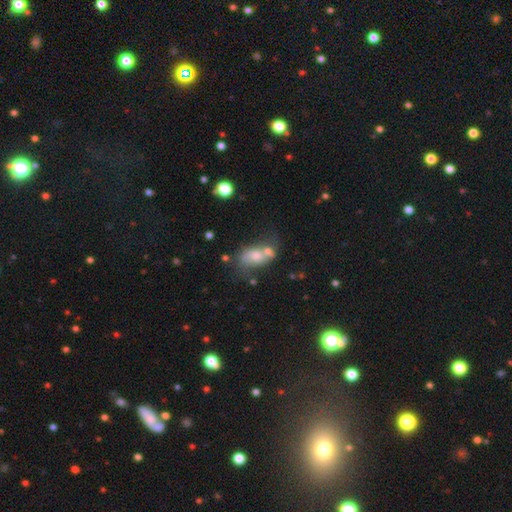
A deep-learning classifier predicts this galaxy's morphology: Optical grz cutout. It shows a smooth galaxy with no disk features (56%) that is in between round and cigar-shaped (81%). Merging: merger (39%).